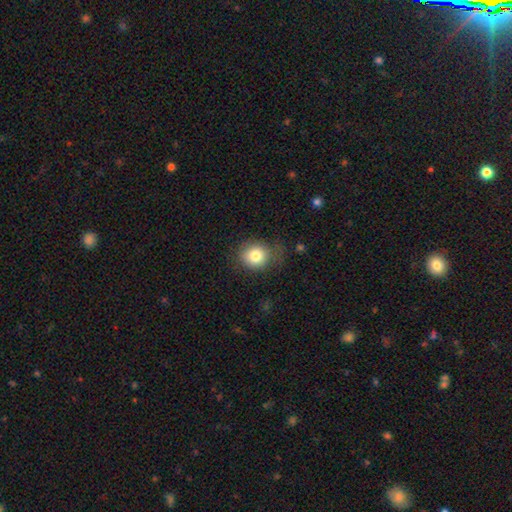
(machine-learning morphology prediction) Q: Smooth or featured?
A: smooth (81%); runner-up: star or artifact (10%)
Q: How rounded?
A: round (77%); runner-up: in between (22%)
Q: Merging?
A: none (65%); runner-up: minor disturbance (24%)